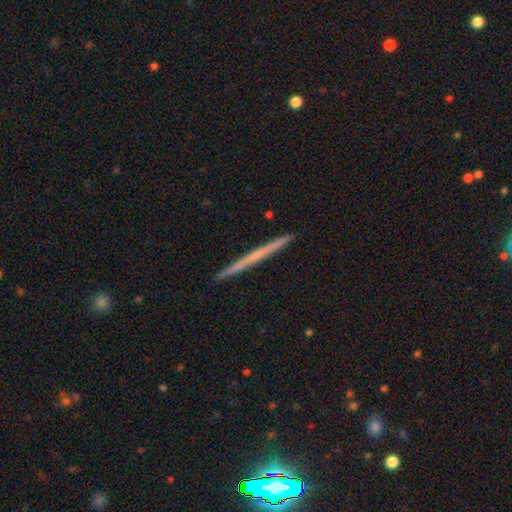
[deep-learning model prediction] Smooth or featured: featured or disk — 54% (smooth — 40%)
Edge-on disk: yes — 98% (no — 2%)
Edge-on bulge: none — 88% (rounded — 10%)
Merging: none — 93% (minor disturbance — 5%)